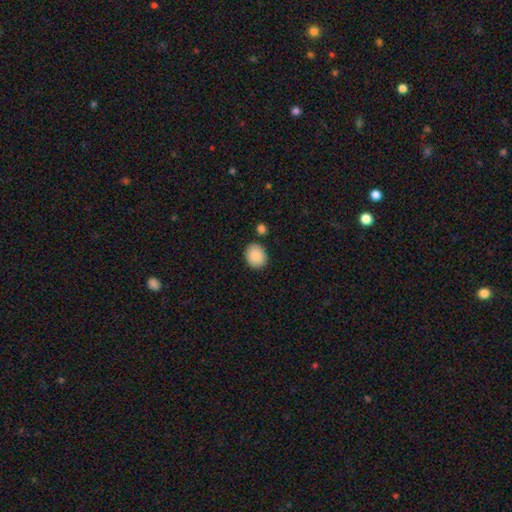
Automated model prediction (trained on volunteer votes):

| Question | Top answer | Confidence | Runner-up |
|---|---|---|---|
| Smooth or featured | smooth | 89% | star or artifact (7%) |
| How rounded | round | 60% | in between (39%) |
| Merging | none | 82% | minor disturbance (11%) |